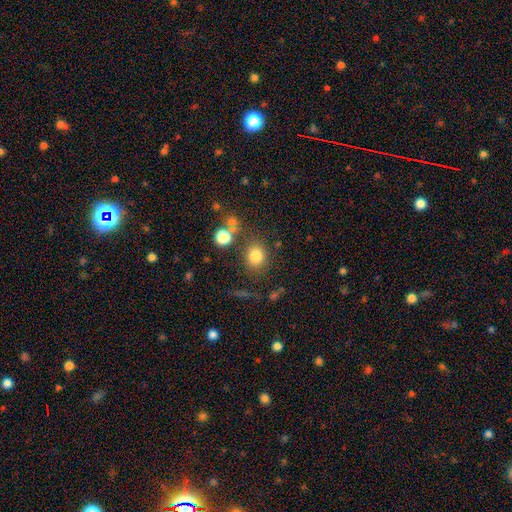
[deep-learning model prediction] The model was most divided on "how rounded": round: 73%, in between: 26%, cigar-shaped: 1%. More confident: smooth or featured — smooth (80%); merging — none (75%).